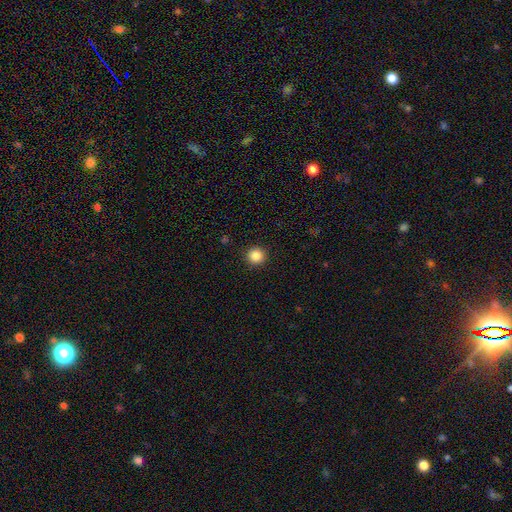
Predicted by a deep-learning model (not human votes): Overall: smooth (87%). How rounded: round (95%). Merging: none (92%).